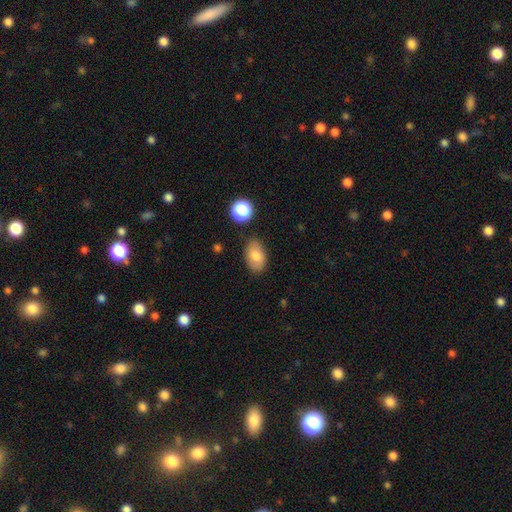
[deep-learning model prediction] Smooth or featured? smooth (79%)
How rounded? in between (89%)
Merging? none (82%)